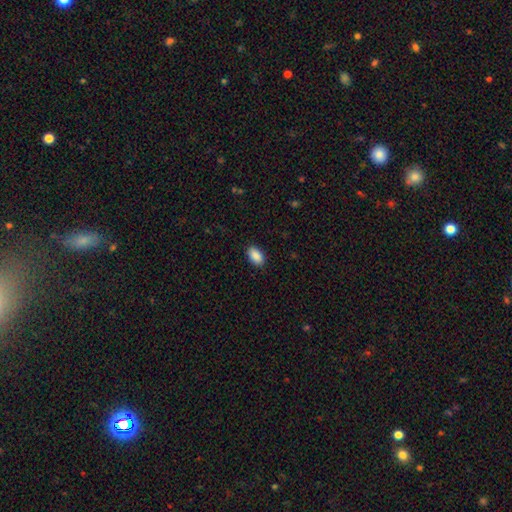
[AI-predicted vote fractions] The model was most divided on "merging": none: 89%, minor disturbance: 8%, major disturbance: 2%, merger: 1%. More confident: how rounded — in between (93%); smooth or featured — smooth (90%).